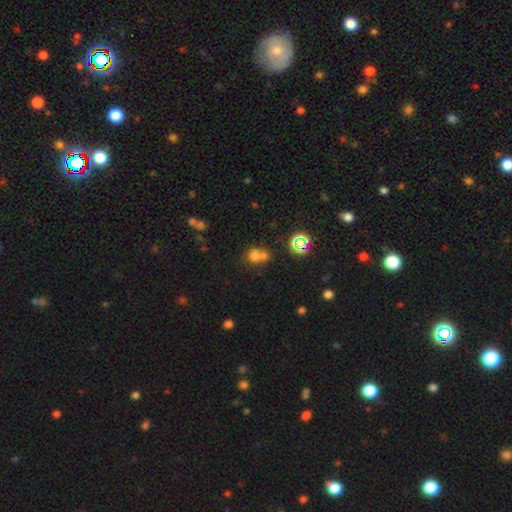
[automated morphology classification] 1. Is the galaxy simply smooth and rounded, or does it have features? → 66% smooth, 22% star or artifact, 13% featured or disk.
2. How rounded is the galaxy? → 80% round, 19% in between, 1% cigar-shaped.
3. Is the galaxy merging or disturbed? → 50% merger, 39% none, 7% minor disturbance, 3% major disturbance.